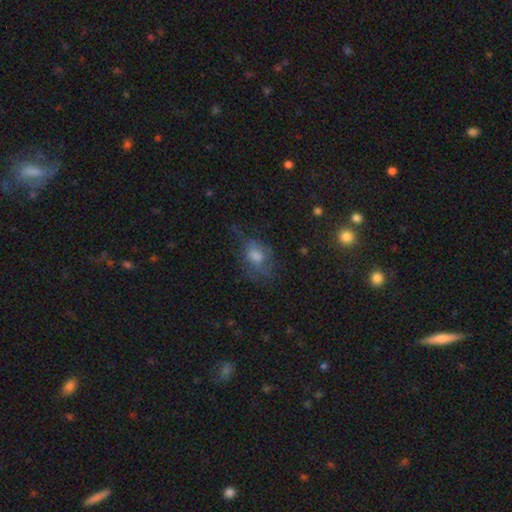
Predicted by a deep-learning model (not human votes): Smooth or featured?
  - smooth: 50% *
  - featured or disk: 33%
  - star or artifact: 17%
Merging?
  - none: 48% *
  - minor disturbance: 26%
  - major disturbance: 24%
  - merger: 2%